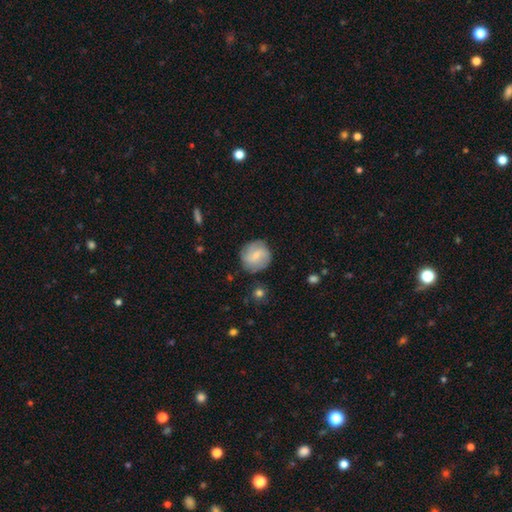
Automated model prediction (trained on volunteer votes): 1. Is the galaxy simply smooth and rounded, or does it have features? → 57% smooth, 36% featured or disk, 7% star or artifact.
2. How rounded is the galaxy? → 90% round, 9% in between, 1% cigar-shaped.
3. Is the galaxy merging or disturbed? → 82% none, 13% minor disturbance, 4% major disturbance, 2% merger.